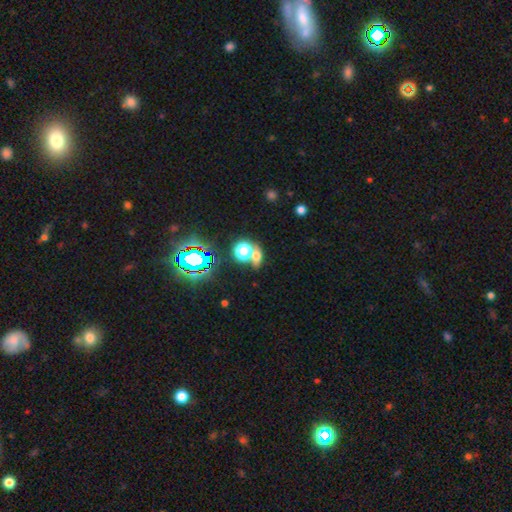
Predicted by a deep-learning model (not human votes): A smooth galaxy with no disk features (56%) that is in between round and cigar-shaped (49%).

Vote fractions:
- Smooth or featured? smooth: 56% / star or artifact: 29% / featured or disk: 15%
- How rounded? in between: 49% / round: 46% / cigar-shaped: 5%
- Merging? none: 45% / merger: 42% / minor disturbance: 8% / major disturbance: 5%